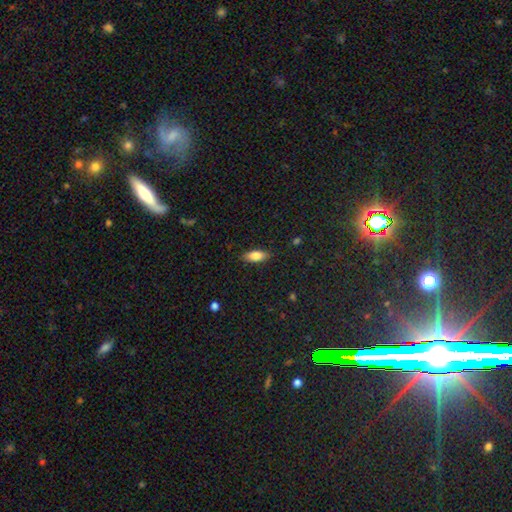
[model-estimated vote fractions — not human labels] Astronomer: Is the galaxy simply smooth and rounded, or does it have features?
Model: smooth — 81%.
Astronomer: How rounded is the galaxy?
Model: in between — 78%.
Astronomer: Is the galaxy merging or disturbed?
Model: none — 86%.